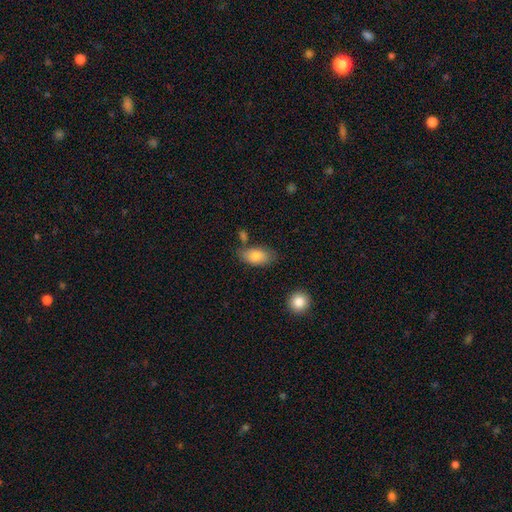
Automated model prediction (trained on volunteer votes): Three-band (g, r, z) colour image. It shows a smooth galaxy with no disk features (84%) that is in between round and cigar-shaped (92%). Merging: none (67%).